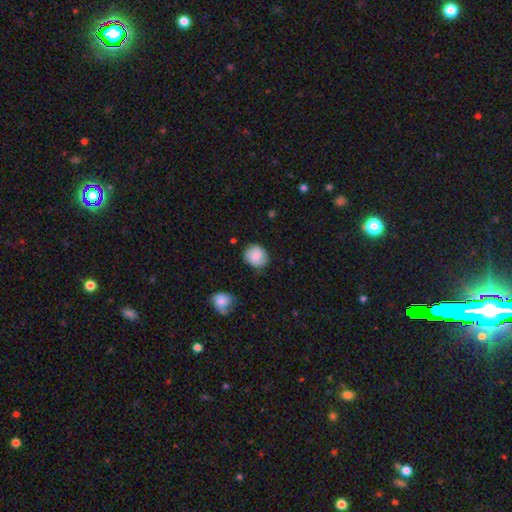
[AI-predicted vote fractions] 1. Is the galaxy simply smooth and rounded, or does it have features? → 68% smooth, 24% featured or disk, 8% star or artifact.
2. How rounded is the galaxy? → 78% round, 21% in between, 1% cigar-shaped.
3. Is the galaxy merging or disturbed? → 77% none, 17% minor disturbance, 4% major disturbance, 2% merger.